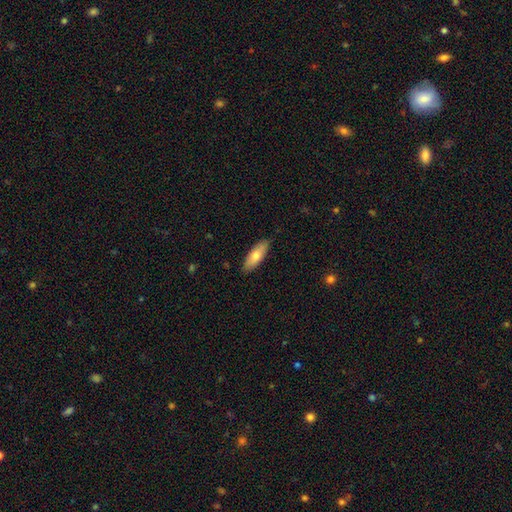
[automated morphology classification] The model was most divided on "how rounded": in between: 62%, cigar-shaped: 36%, round: 2%. More confident: merging — none (87%); smooth or featured — smooth (73%).